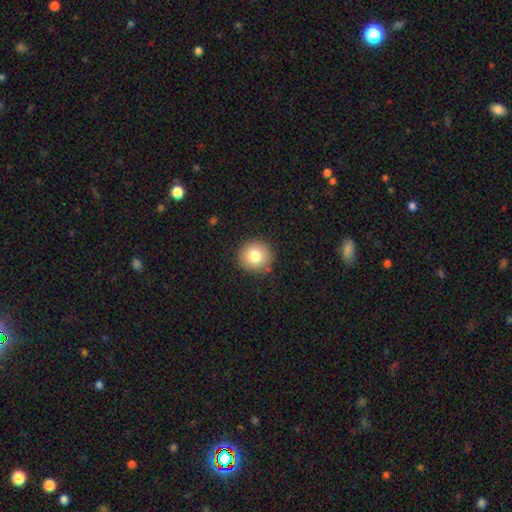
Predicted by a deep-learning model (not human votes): Smooth or featured: smooth — 79% (star or artifact — 11%)
How rounded: round — 94% (in between — 5%)
Merging: none — 92% (minor disturbance — 5%)